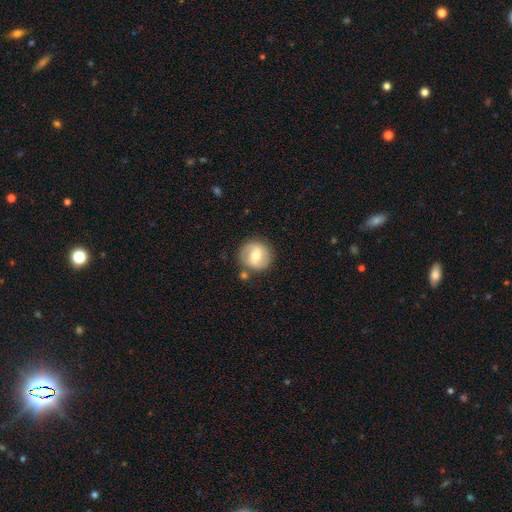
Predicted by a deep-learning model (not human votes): Morphology: type=featured or disk (47%); merging=none (79%).